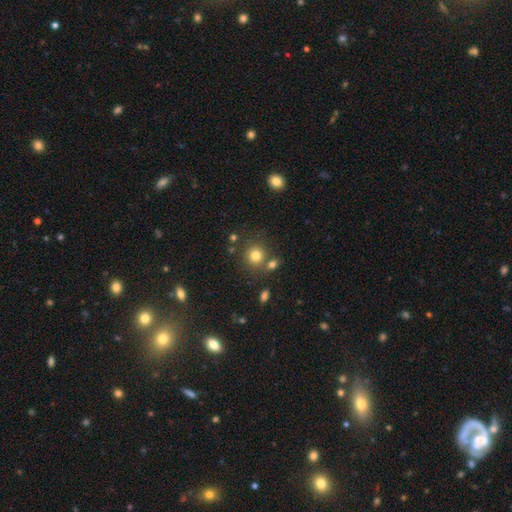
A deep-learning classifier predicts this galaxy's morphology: smooth_or_featured: smooth (p=0.79) [alt: star or artifact p=0.13]
how_rounded: round (p=0.88) [alt: in between p=0.11]
merging: none (p=0.72) [alt: merger p=0.14]